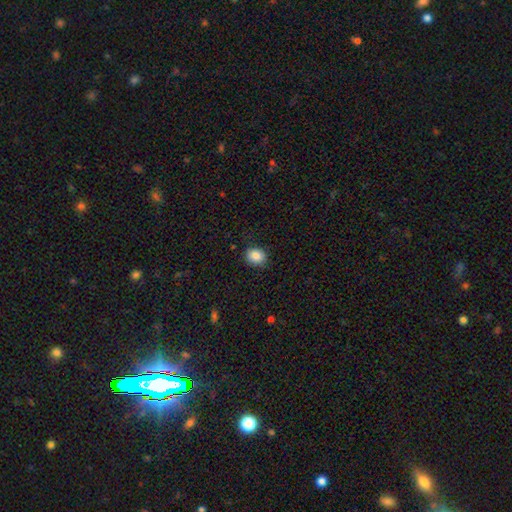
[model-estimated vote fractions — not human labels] smooth_or_featured: smooth (p=0.86) [alt: star or artifact p=0.09]
how_rounded: round (p=0.56) [alt: in between p=0.43]
merging: none (p=0.86) [alt: minor disturbance p=0.10]